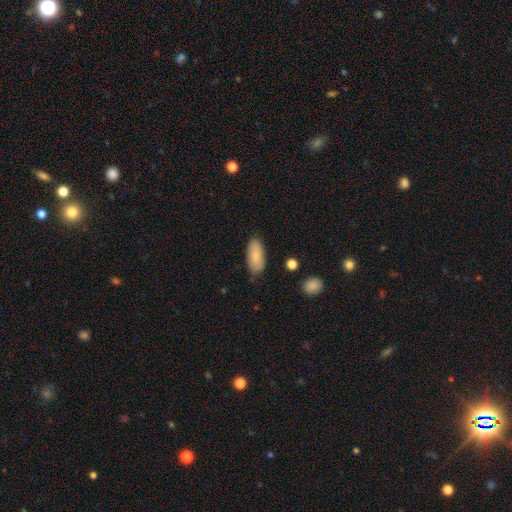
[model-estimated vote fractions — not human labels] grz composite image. It shows a smooth galaxy with no disk features (83%) that is in between round and cigar-shaped (87%). Merging: none (79%).